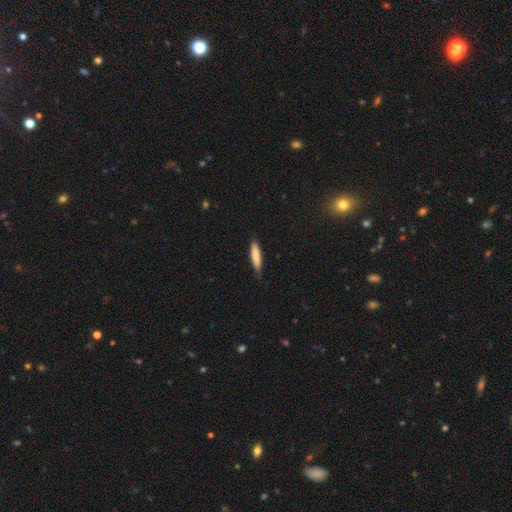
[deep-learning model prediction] Smooth or featured? smooth (82%)
How rounded? cigar-shaped (85%)
Merging? none (84%)